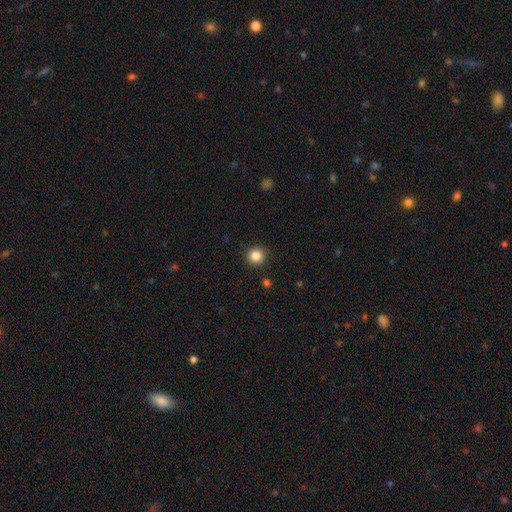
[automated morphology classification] Overall: smooth (84%). How rounded: round (93%). Merging: none (91%).